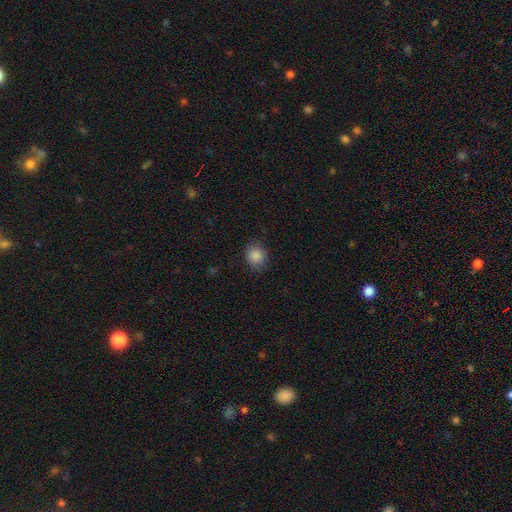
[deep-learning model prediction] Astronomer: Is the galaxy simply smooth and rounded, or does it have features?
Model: smooth — 87%.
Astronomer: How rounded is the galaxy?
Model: round — 74%.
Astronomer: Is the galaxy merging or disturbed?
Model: none — 85%.